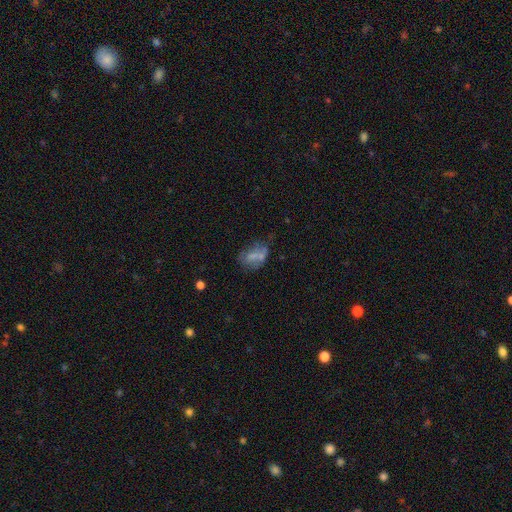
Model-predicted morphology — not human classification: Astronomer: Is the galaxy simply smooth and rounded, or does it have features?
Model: smooth — 53% (runner-up: featured or disk, 35%).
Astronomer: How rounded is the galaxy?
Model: in between — 79%.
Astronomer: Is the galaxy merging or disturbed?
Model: none — 40% (runner-up: minor disturbance, 25%).